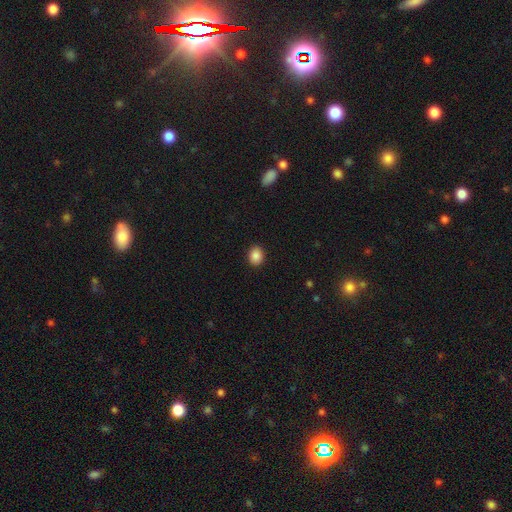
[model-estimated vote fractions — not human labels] Morphology: type=smooth (87%); roundness=round (50%); merging=none (91%).